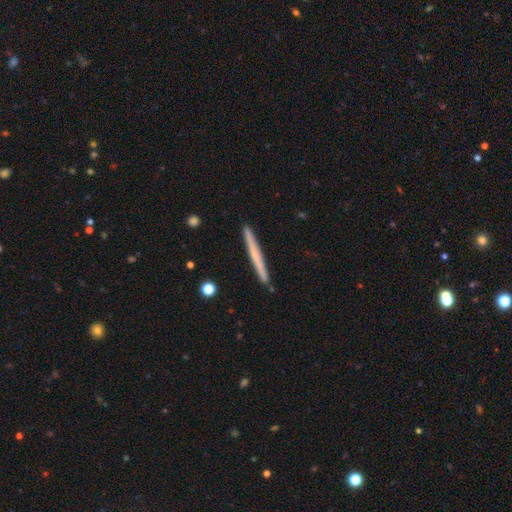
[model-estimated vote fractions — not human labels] Smooth or featured?
  - smooth: 50% *
  - featured or disk: 44%
  - star or artifact: 6%
Merging?
  - none: 92% *
  - minor disturbance: 6%
  - merger: 1%
  - major disturbance: 1%